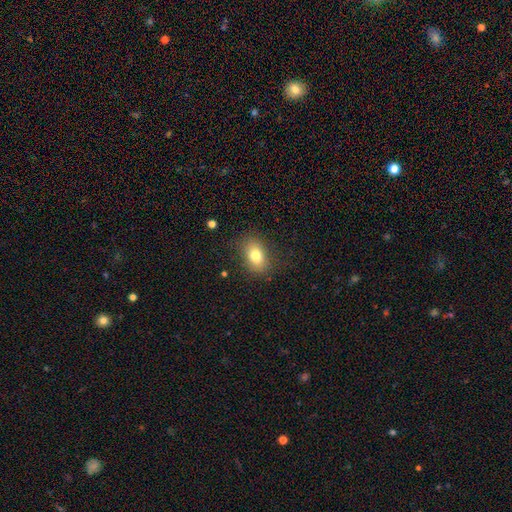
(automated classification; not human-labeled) The model was most divided on "how rounded": in between: 82%, round: 16%, cigar-shaped: 2%. More confident: merging — none (81%); smooth or featured — smooth (79%).